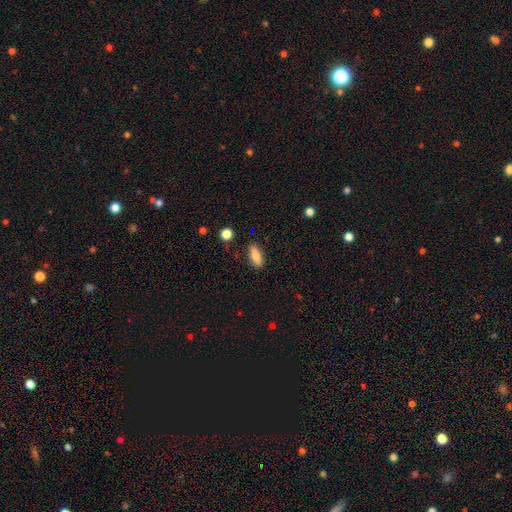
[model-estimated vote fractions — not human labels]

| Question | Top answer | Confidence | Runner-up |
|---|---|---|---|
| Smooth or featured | smooth | 78% | featured or disk (15%) |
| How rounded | in between | 74% | cigar-shaped (23%) |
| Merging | none | 86% | minor disturbance (10%) |